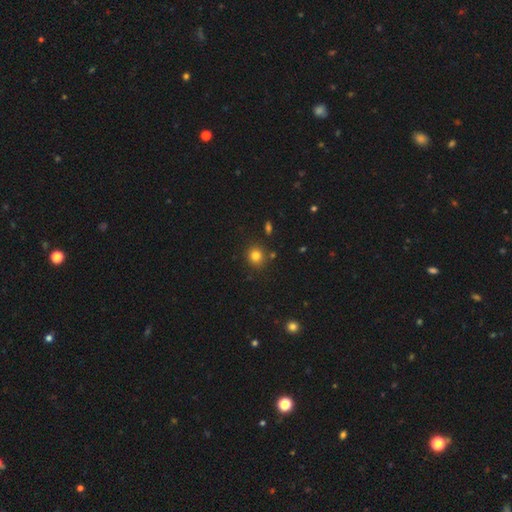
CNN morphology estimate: This appears to be a smooth galaxy with no disk features (80%) that is round (86%). Merging: none (85%).